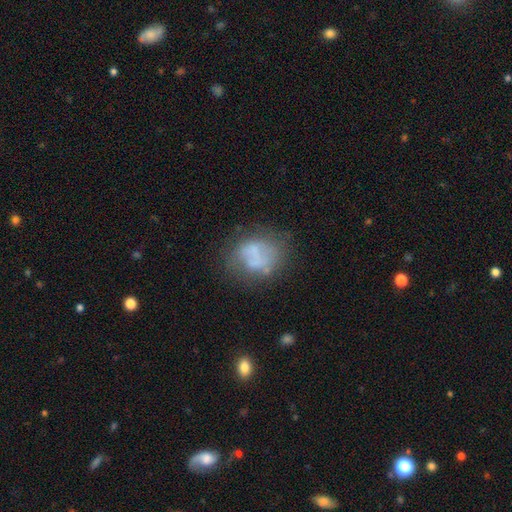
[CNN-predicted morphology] Smooth or featured?
  - smooth: 46% *
  - featured or disk: 42%
  - star or artifact: 12%
Merging?
  - none: 50% *
  - minor disturbance: 23%
  - major disturbance: 19%
  - merger: 8%